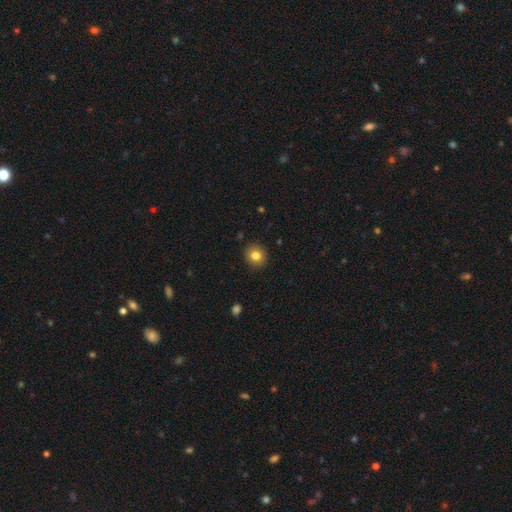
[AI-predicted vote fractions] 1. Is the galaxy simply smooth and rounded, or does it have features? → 82% smooth, 10% star or artifact, 8% featured or disk.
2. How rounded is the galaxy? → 84% round, 15% in between, 1% cigar-shaped.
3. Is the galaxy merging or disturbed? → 90% none, 8% minor disturbance, 2% major disturbance, 1% merger.